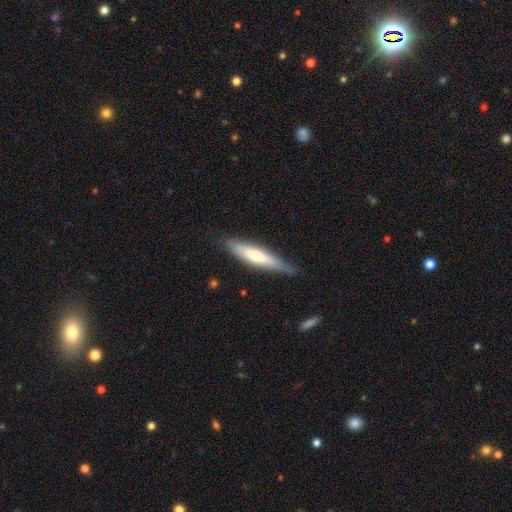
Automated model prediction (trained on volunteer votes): Overall: smooth (55%; featured or disk 39%). How rounded: cigar-shaped (80%). Merging: none (76%).